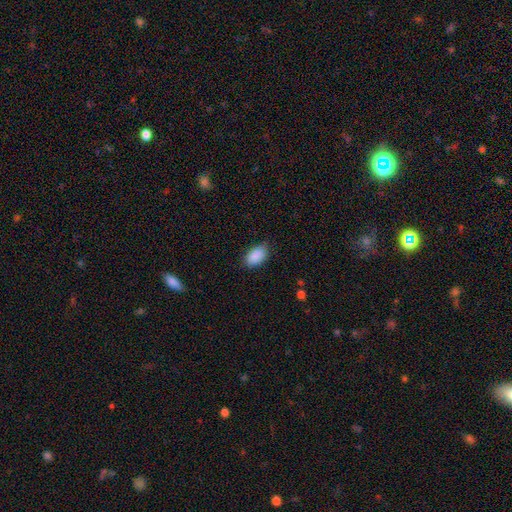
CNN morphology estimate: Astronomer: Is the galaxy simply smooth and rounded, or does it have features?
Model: smooth — 90%.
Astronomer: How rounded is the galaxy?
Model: in between — 93%.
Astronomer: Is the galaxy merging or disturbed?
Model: none — 80%.